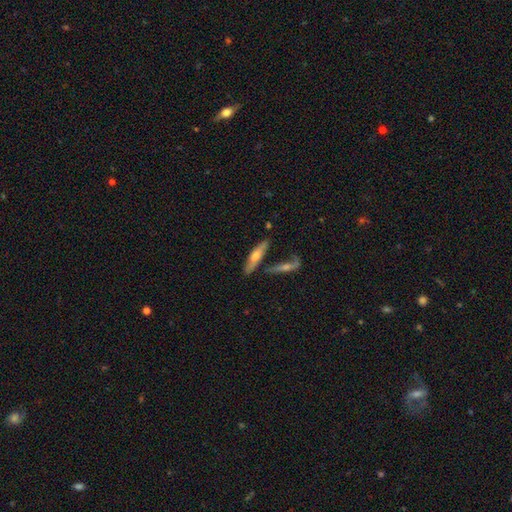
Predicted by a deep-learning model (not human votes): smooth-or-featured: featured or disk: 47% (tied) | smooth: 47% (tied) | star or artifact: 7%
  merging: none: 66% | merger: 15% | minor disturbance: 14% | major disturbance: 5%